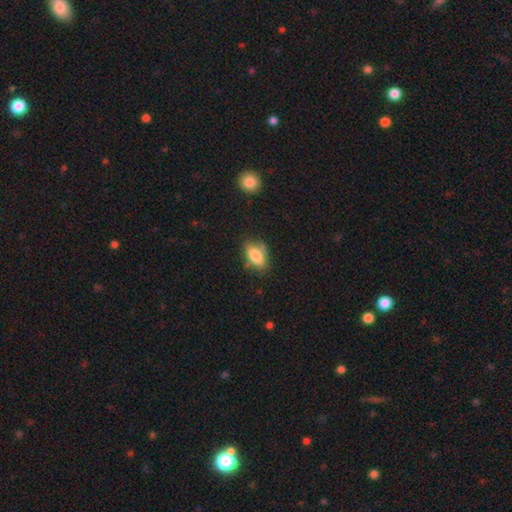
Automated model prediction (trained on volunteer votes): This appears to be a smooth galaxy with no disk features (78%) that is in between round and cigar-shaped (88%). Merging: none (60%).